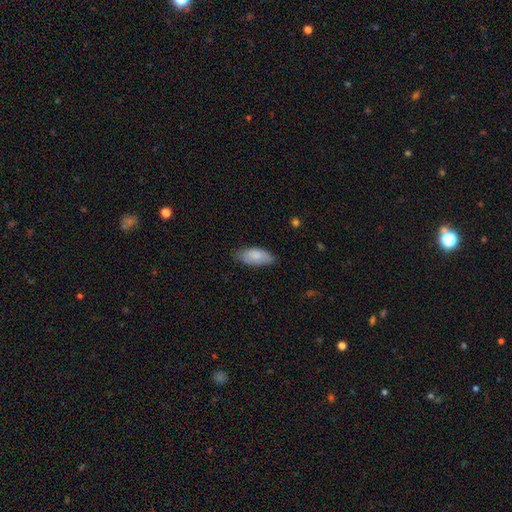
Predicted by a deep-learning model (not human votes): The model was most divided on "merging": none: 71%, minor disturbance: 24%, major disturbance: 4%, merger: 1%. More confident: how rounded — in between (89%); smooth or featured — smooth (85%).